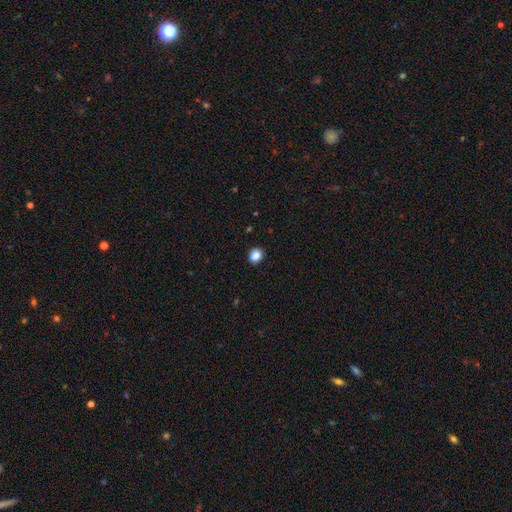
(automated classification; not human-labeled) Overall: smooth (86%). How rounded: round (72%). Merging: none (90%).